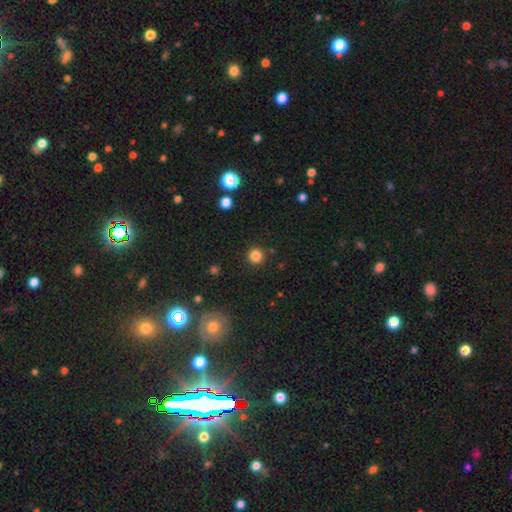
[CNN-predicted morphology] Smooth or featured? Predicted: smooth (p=0.83). How rounded? Predicted: round (p=0.94). Merging? Predicted: none (p=0.91).